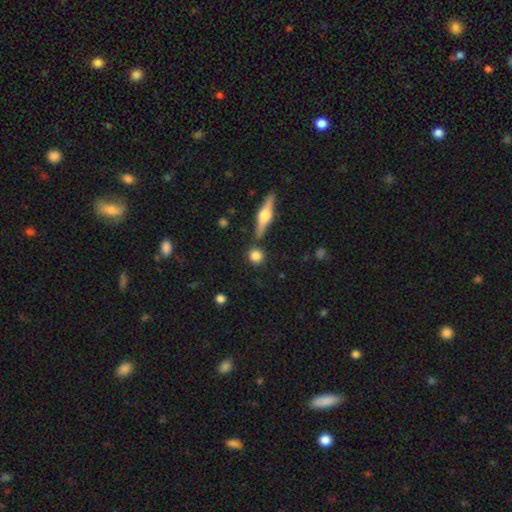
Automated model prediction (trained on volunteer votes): smooth_or_featured: smooth (p=0.79) [alt: featured or disk p=0.12]
how_rounded: round (p=0.88) [alt: in between p=0.08]
merging: none (p=0.80) [alt: minor disturbance p=0.09]